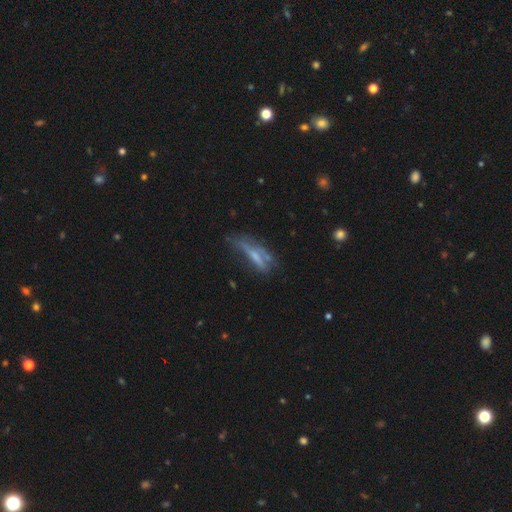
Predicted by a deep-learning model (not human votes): The model was most divided on "edge-on disk": yes: 54%, no: 46%. Remaining: smooth or featured — featured or disk (50%); merging — none (38%).